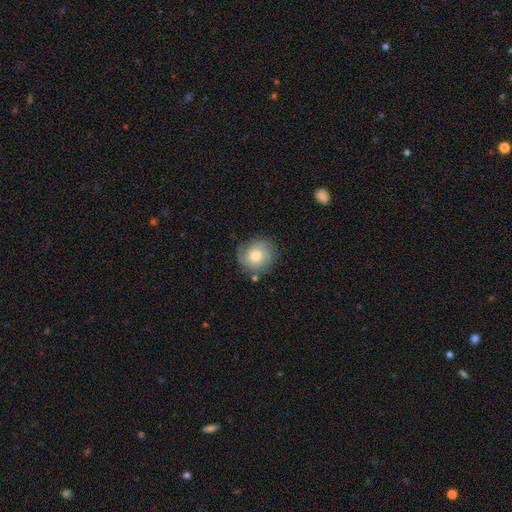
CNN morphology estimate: smooth_or_featured: smooth (p=0.62) [alt: featured or disk p=0.29]
how_rounded: round (p=0.91) [alt: in between p=0.08]
merging: none (p=0.77) [alt: minor disturbance p=0.16]